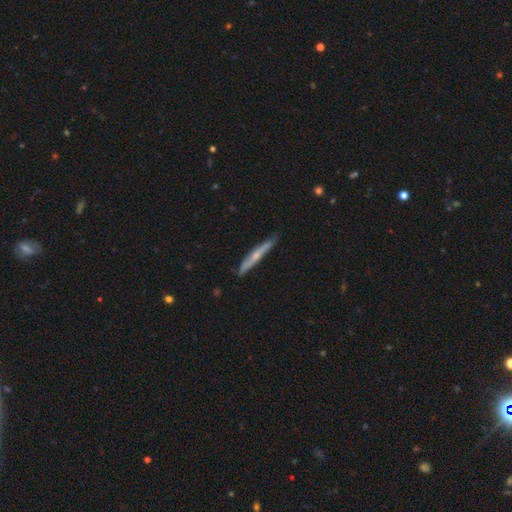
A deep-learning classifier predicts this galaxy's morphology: Overall: featured or disk (54%; smooth 40%). Edge-on disk: yes (93%). Edge-on bulge: rounded (60%; none 36%). Merging: none (84%).